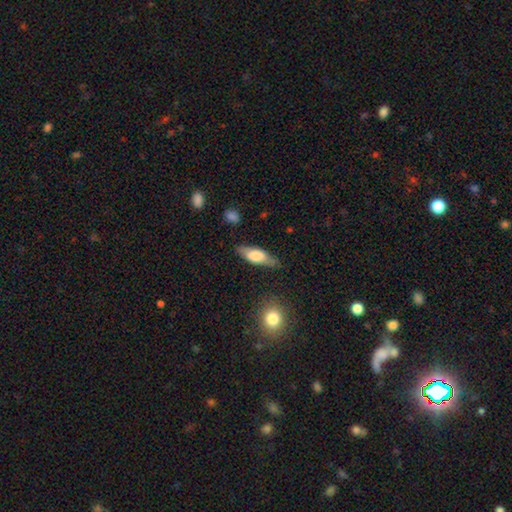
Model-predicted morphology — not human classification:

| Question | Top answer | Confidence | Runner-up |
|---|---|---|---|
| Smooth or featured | smooth | 61% | featured or disk (32%) |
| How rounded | in between | 59% | cigar-shaped (38%) |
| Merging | none | 77% | minor disturbance (17%) |